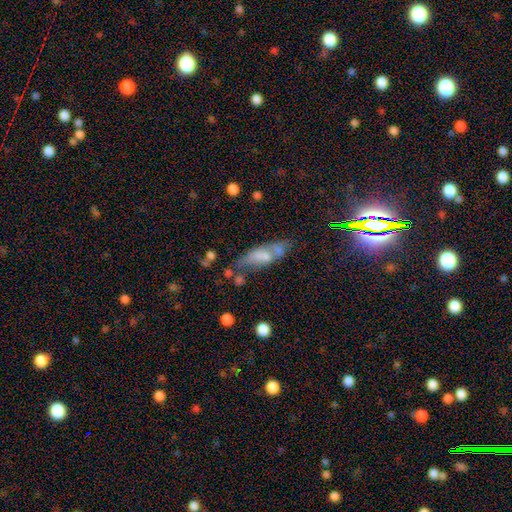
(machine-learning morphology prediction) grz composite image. It shows a featured or disk galaxy (35%). Merging: none (58%).